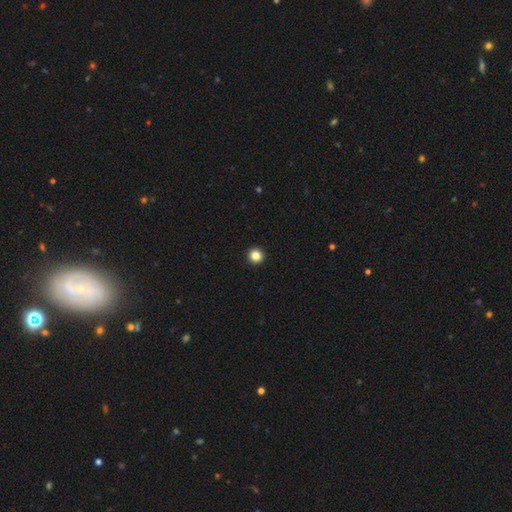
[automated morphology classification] Smooth or featured?
  - smooth: 85% *
  - star or artifact: 11%
  - featured or disk: 4%
How rounded?
  - round: 96% *
  - in between: 3%
  - cigar-shaped: 1%
Merging?
  - none: 94% *
  - minor disturbance: 3%
  - major disturbance: 1%
  - merger: 1%